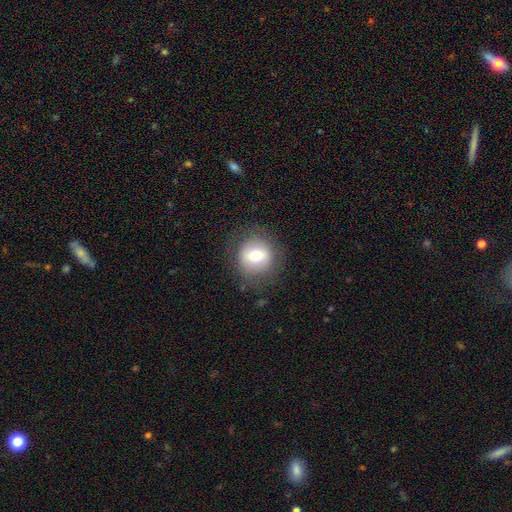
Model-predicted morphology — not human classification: A smooth galaxy with no disk features (68%) that is round (86%). Merging: none (80%).